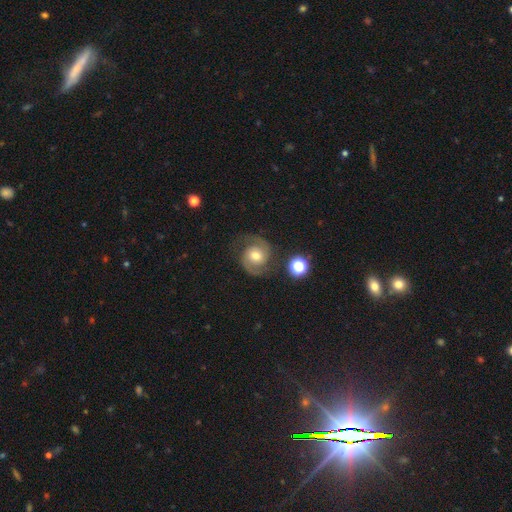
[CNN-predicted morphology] featured or disk 85%, smooth 8%, star or artifact 7%. Down the decision tree: edge-on disk — no (98%); bar — no (59%); spiral arms — yes (97%); spiral arm count — 2 (93%); spiral winding — medium (56%); bulge size — moderate (67%); merging — none (80%).